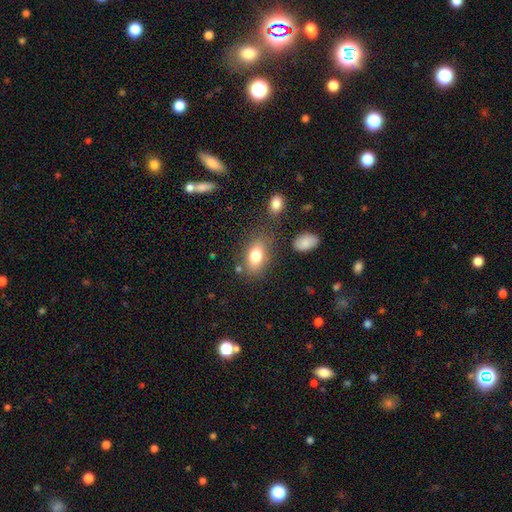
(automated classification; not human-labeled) smooth_or_featured: smooth (p=0.79) [alt: featured or disk p=0.12]
how_rounded: in between (p=0.86) [alt: round p=0.11]
merging: none (p=0.72) [alt: minor disturbance p=0.15]